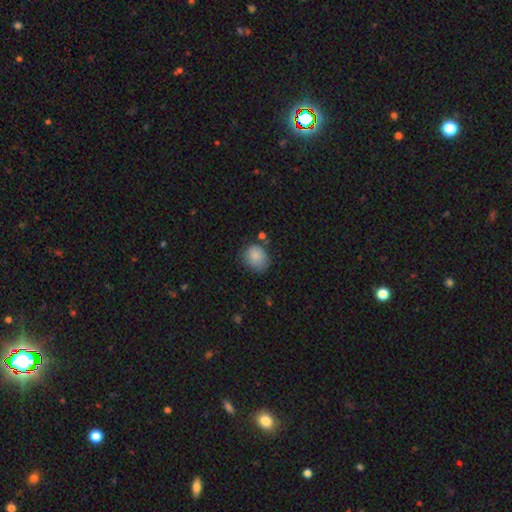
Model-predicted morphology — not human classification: A smooth galaxy with no disk features (85%) that is round (63%). Merging: none (65%).